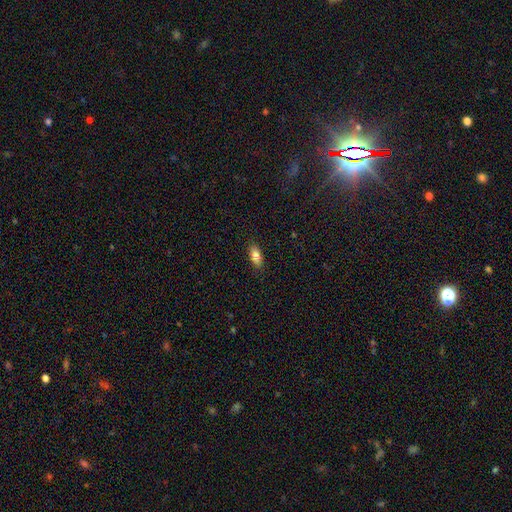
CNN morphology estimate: Q: Smooth or featured?
A: smooth (82%); runner-up: featured or disk (10%)
Q: How rounded?
A: in between (85%); runner-up: cigar-shaped (12%)
Q: Merging?
A: none (87%); runner-up: minor disturbance (10%)